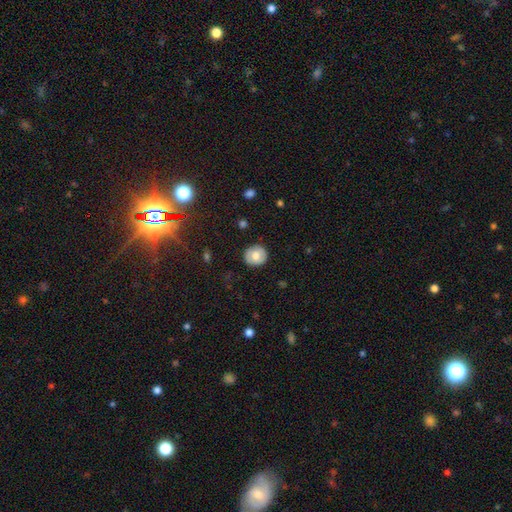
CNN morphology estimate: A smooth galaxy with no disk features (69%) that is round (84%).

Vote fractions:
- Smooth or featured? smooth: 69% / featured or disk: 23% / star or artifact: 8%
- How rounded? round: 84% / in between: 15% / cigar-shaped: 1%
- Merging? none: 88% / minor disturbance: 9% / major disturbance: 2% / merger: 1%